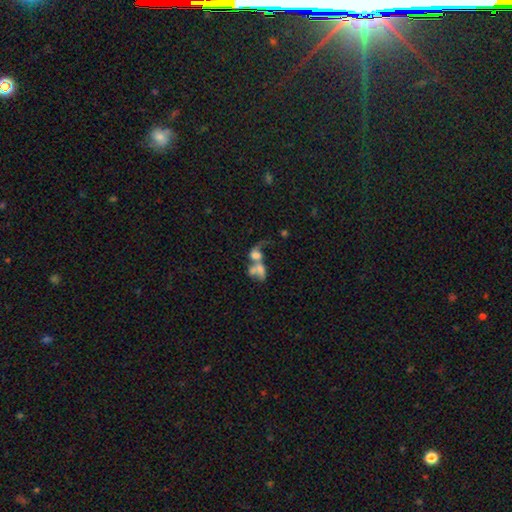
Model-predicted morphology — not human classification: smooth-or-featured: smooth: 45% | featured or disk: 41% | star or artifact: 14%
  merging: merger: 70% | major disturbance: 15% | none: 10% | minor disturbance: 5%